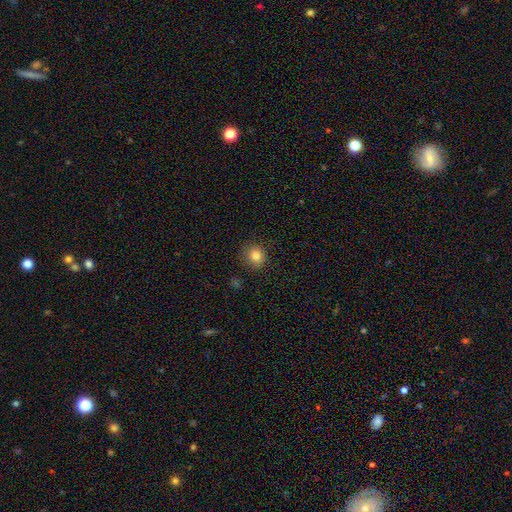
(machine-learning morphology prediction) Smooth or featured: smooth — 84% (star or artifact — 11%)
How rounded: round — 80% (in between — 19%)
Merging: none — 82% (minor disturbance — 13%)